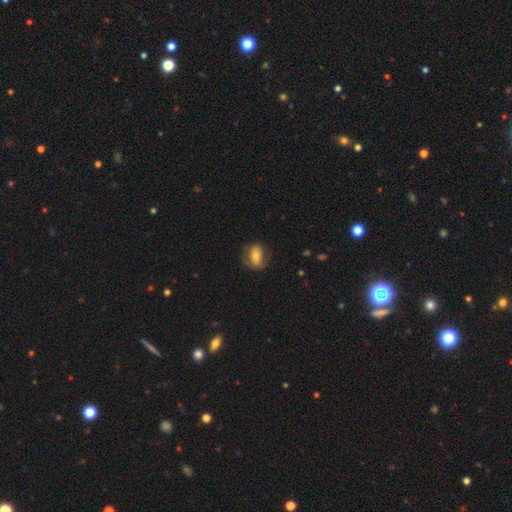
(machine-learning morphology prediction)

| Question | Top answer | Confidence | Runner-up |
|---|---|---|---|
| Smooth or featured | smooth | 61% | featured or disk (31%) |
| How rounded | in between | 77% | round (20%) |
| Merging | none | 65% | minor disturbance (22%) |